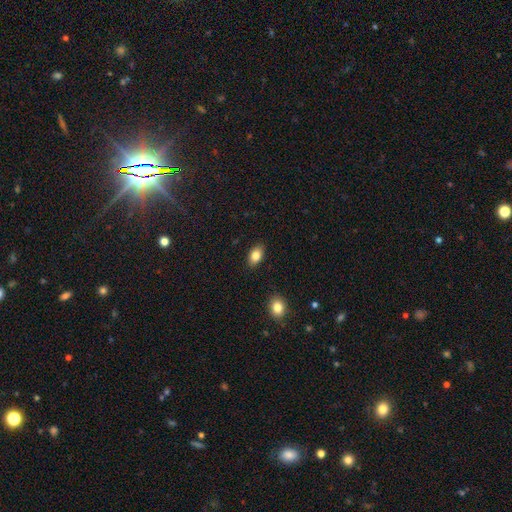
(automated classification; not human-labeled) Smooth or featured? Predicted: smooth (p=0.83). How rounded? Predicted: in between (p=0.88). Merging? Predicted: none (p=0.88).